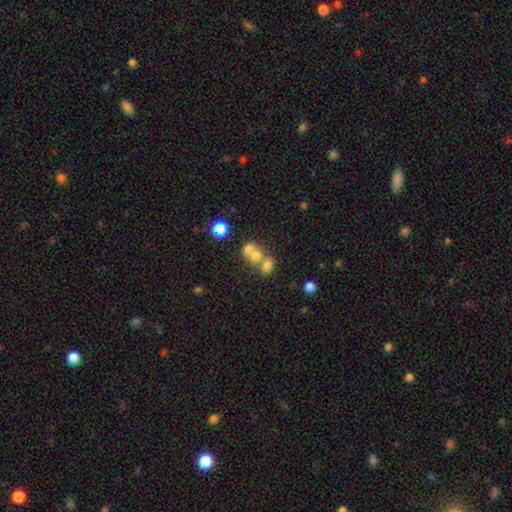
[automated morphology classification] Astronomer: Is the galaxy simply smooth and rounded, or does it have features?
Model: smooth — 66%.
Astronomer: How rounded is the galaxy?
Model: round — 51% (runner-up: in between, 48%).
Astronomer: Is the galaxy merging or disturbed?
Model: merger — 62%.